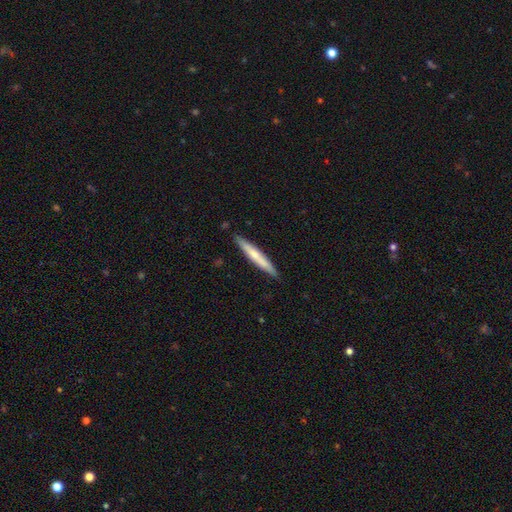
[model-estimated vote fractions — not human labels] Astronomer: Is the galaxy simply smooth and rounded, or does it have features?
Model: smooth — 56% (runner-up: featured or disk, 39%).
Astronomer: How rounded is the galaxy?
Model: cigar-shaped — 95%.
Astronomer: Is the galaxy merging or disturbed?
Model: none — 89%.